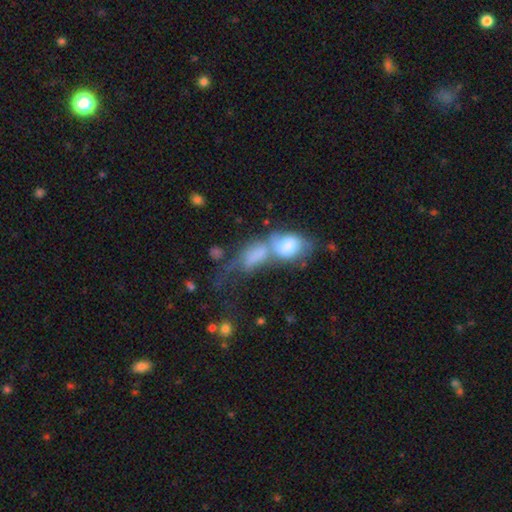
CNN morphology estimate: smooth-or-featured: smooth: 63% | featured or disk: 26% | star or artifact: 10%
  how-rounded: in between: 83% | round: 12% | cigar-shaped: 4%
  merging: merger: 71% | major disturbance: 13% | none: 9% | minor disturbance: 7%